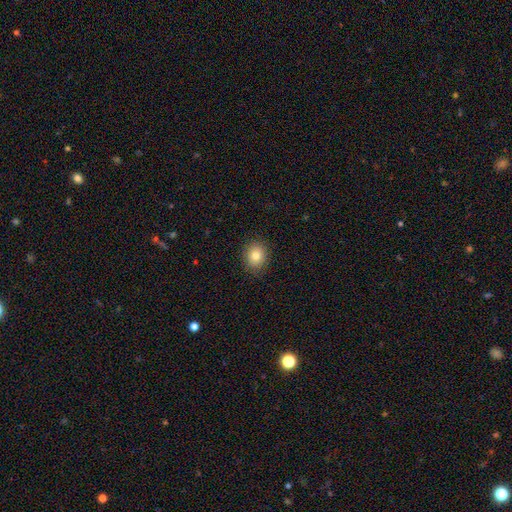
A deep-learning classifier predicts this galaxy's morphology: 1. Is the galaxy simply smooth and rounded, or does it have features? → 81% smooth, 11% star or artifact, 9% featured or disk.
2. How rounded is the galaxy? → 70% round, 29% in between, 1% cigar-shaped.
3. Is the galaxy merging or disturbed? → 89% none, 8% minor disturbance, 2% major disturbance, 1% merger.